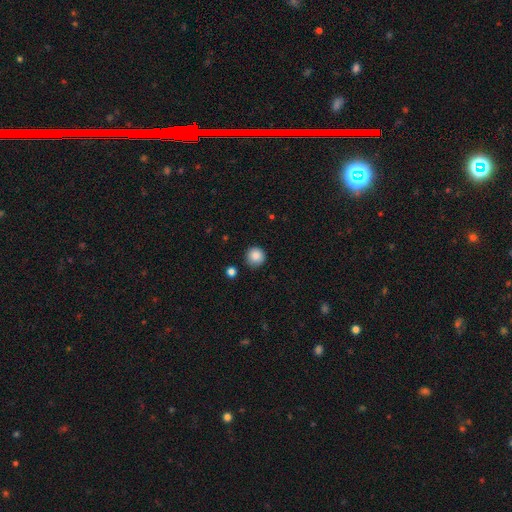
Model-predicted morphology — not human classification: Smooth or featured: smooth — 87% (star or artifact — 9%)
How rounded: round — 95% (in between — 4%)
Merging: none — 87% (minor disturbance — 9%)